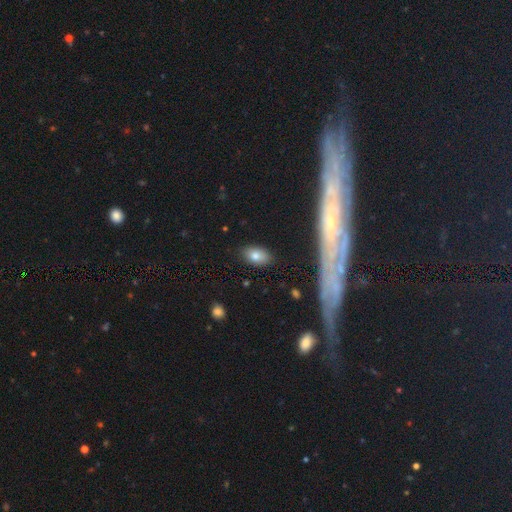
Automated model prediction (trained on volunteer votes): Smooth or featured? smooth (78%)
How rounded? in between (89%)
Merging? none (85%)